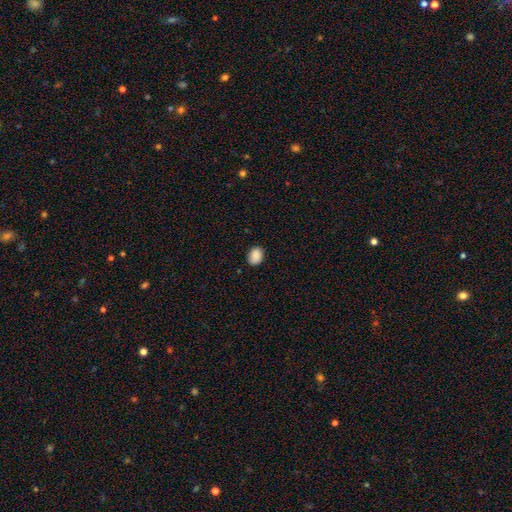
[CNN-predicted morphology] Smooth or featured? smooth (89%)
How rounded? in between (62%)
Merging? none (85%)